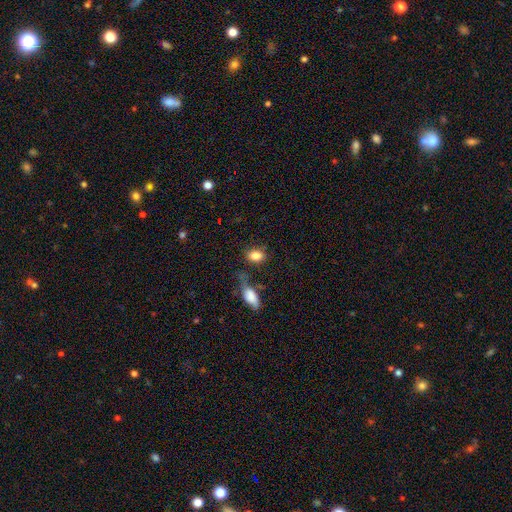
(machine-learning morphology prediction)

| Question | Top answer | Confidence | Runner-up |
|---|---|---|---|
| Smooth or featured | smooth | 85% | star or artifact (8%) |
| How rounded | in between | 83% | round (15%) |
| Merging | none | 64% | minor disturbance (16%) |